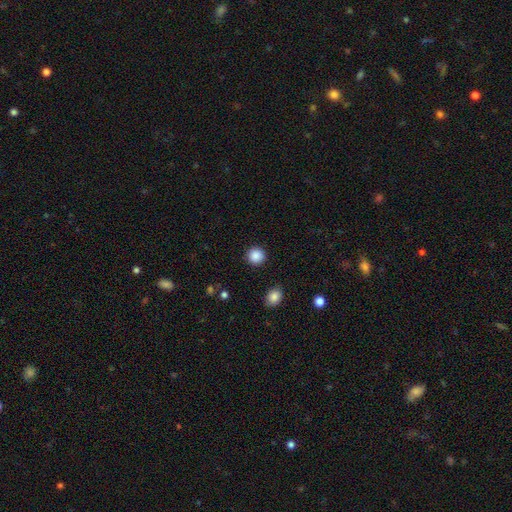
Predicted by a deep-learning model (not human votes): A smooth galaxy with no disk features (88%) that is round (93%). Merging: none (91%).